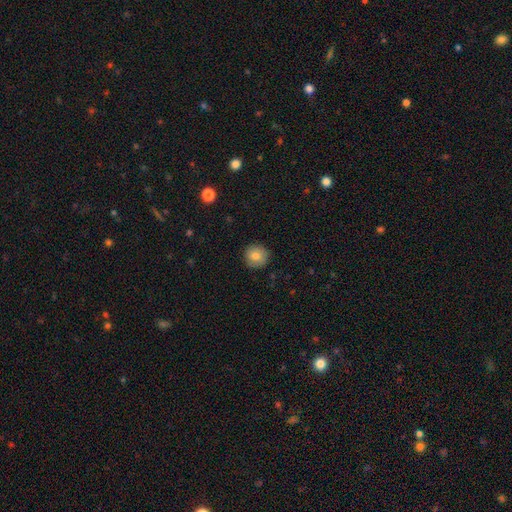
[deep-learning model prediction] This appears to be a smooth galaxy with no disk features (81%) that is round (92%). Merging: none (87%).